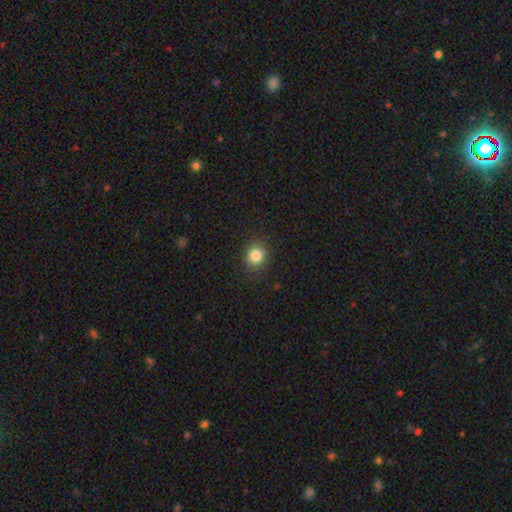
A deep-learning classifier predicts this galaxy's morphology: Overall: smooth (84%). How rounded: round (81%). Merging: none (89%).